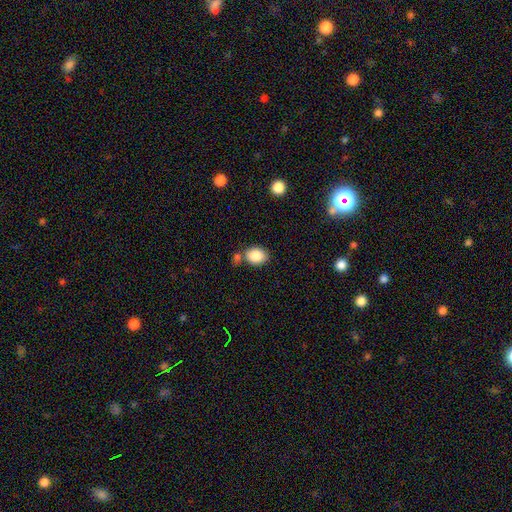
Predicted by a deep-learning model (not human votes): Q: Smooth or featured?
A: smooth (86%); runner-up: star or artifact (8%)
Q: How rounded?
A: in between (63%); runner-up: round (36%)
Q: Merging?
A: none (65%); runner-up: merger (17%)